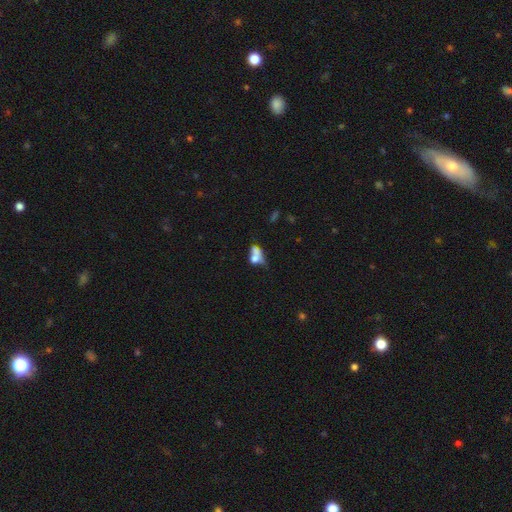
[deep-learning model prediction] Smooth or featured?
  - smooth: 55% *
  - featured or disk: 31%
  - star or artifact: 14%
How rounded?
  - in between: 59% *
  - round: 32%
  - cigar-shaped: 8%
Merging?
  - merger: 49% *
  - none: 23%
  - major disturbance: 15%
  - minor disturbance: 13%